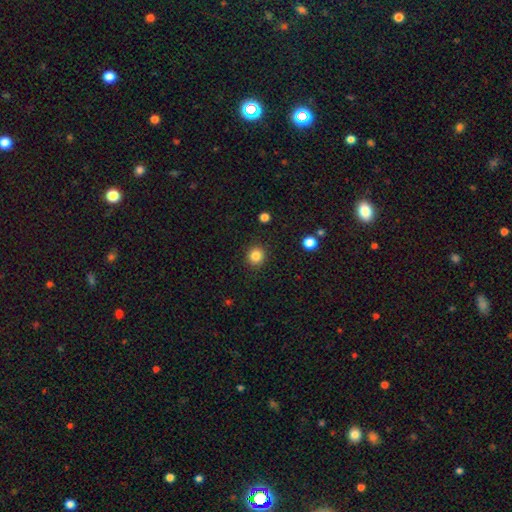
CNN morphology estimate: This is clearly a smooth galaxy (84%). How rounded: clearly round (90%). Merging: clearly none (91%).